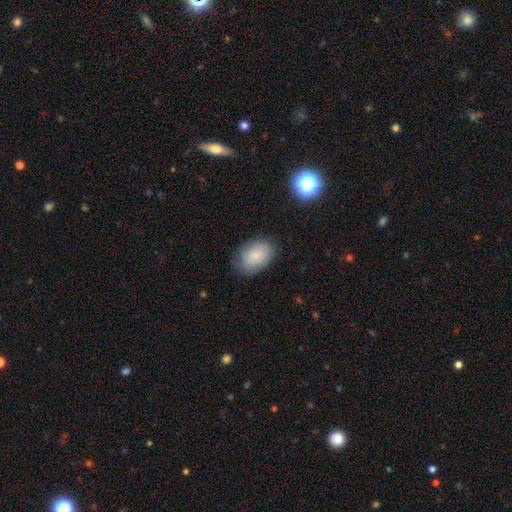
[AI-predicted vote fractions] smooth_or_featured: smooth (p=0.70) [alt: featured or disk p=0.21]
how_rounded: in between (p=0.82) [alt: round p=0.16]
merging: none (p=0.71) [alt: minor disturbance p=0.21]